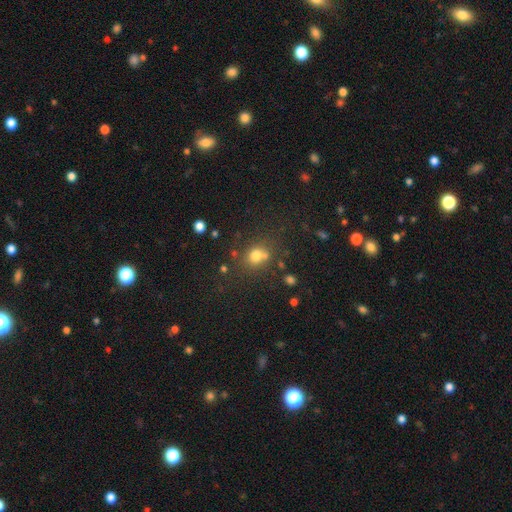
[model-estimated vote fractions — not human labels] smooth_or_featured: smooth (p=0.72) [alt: star or artifact p=0.17]
how_rounded: round (p=0.73) [alt: in between p=0.26]
merging: none (p=0.57) [alt: merger p=0.24]